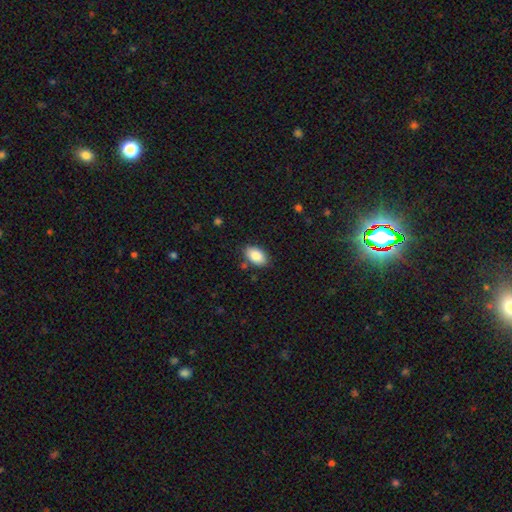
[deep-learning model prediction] The model was most divided on "merging": none: 82%, minor disturbance: 12%, merger: 3%, major disturbance: 3%. More confident: how rounded — in between (93%); smooth or featured — smooth (87%).